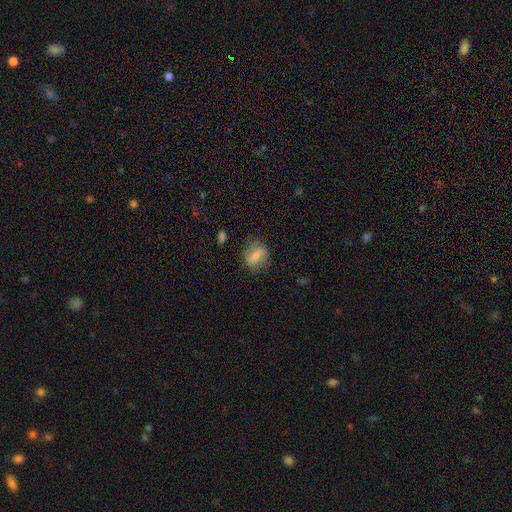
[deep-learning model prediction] Smooth or featured? Predicted: smooth (p=0.47). Merging? Predicted: none (p=0.67).